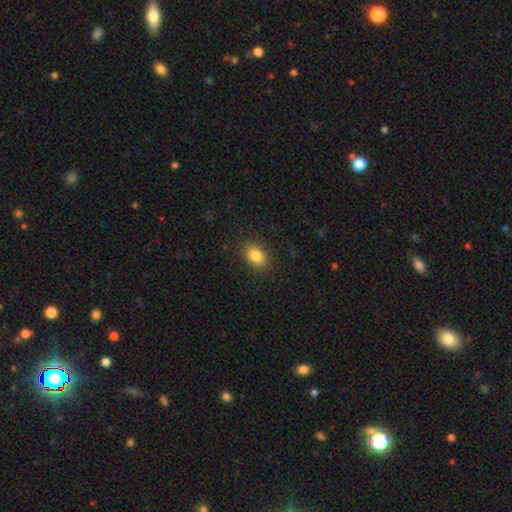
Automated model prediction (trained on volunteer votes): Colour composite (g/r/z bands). It shows a smooth galaxy with no disk features (85%) that is in between round and cigar-shaped (83%). Merging: none (88%).